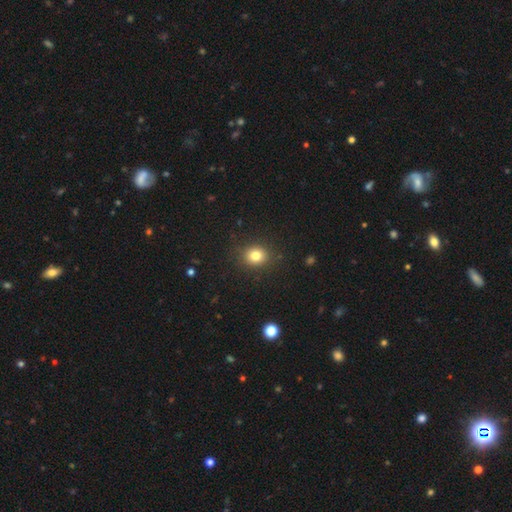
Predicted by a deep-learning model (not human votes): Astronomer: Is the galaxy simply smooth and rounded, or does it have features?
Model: smooth — 81%.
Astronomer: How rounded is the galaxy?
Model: round — 74%.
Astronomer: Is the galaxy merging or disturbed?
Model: none — 87%.